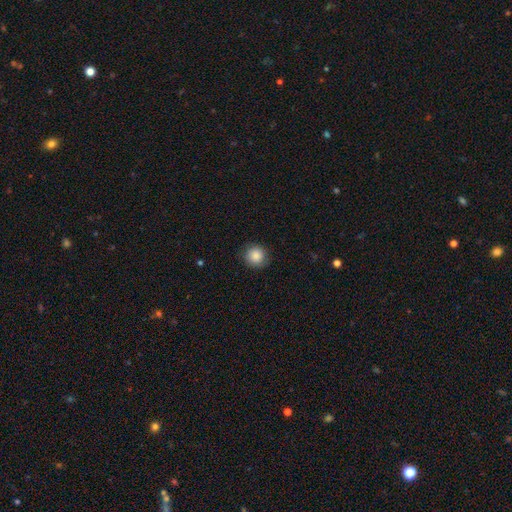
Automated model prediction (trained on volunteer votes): Smooth or featured?
  - smooth: 86% *
  - star or artifact: 9%
  - featured or disk: 5%
How rounded?
  - round: 92% *
  - in between: 7%
  - cigar-shaped: 1%
Merging?
  - none: 86% *
  - minor disturbance: 11%
  - major disturbance: 3%
  - merger: 1%